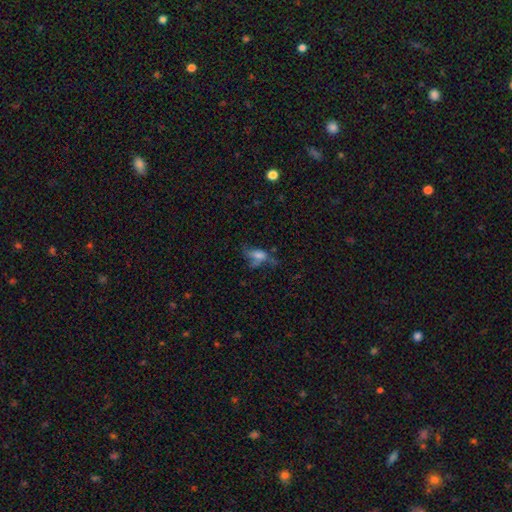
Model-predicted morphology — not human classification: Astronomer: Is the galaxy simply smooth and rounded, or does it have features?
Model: featured or disk — 41% (runner-up: smooth, 35%).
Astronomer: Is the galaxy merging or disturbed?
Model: none — 40% (runner-up: major disturbance, 32%).